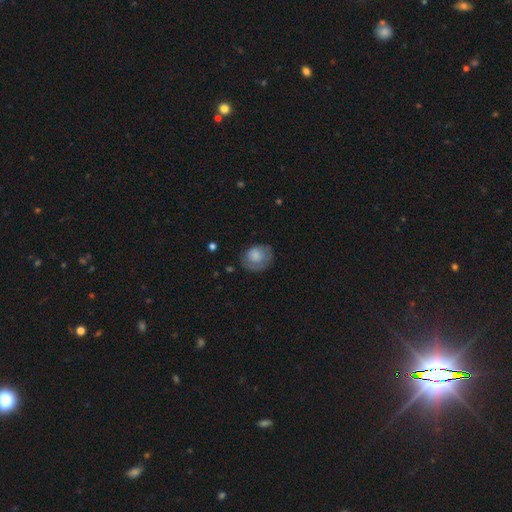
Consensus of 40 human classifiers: Q: Smooth or featured?
A: smooth (62%); runner-up: featured or disk (32%)
Q: How rounded?
A: round (72%); runner-up: in between (28%)
Q: Merging?
A: none (63%); runner-up: major disturbance (24%)